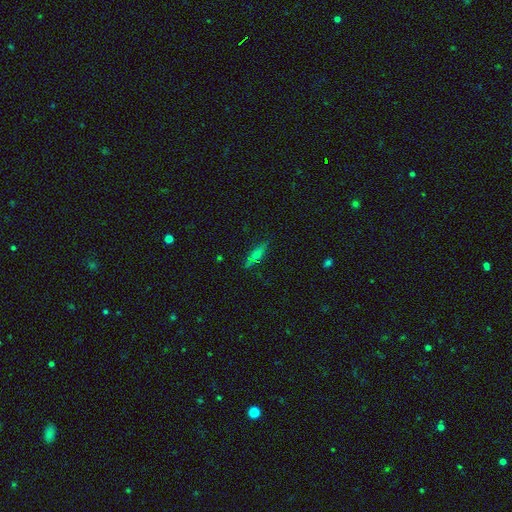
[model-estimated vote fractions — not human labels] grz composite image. It shows a smooth galaxy with no disk features (60%) that is cigar-shaped (50%). Merging: none (78%).